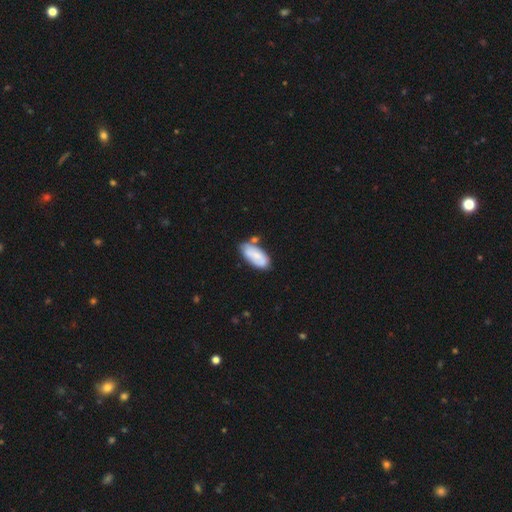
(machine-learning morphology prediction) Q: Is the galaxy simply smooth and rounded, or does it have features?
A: smooth — 64%.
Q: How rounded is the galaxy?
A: in between — 89%.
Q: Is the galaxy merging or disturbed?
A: none — 58%.